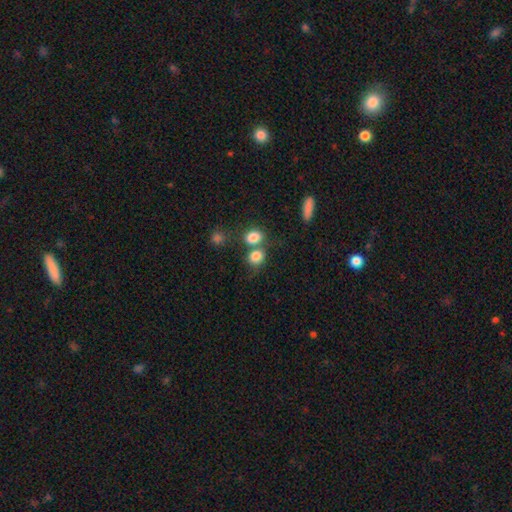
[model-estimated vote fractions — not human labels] This is clearly a smooth galaxy (82%). How rounded: likely round (67%). Merging: possibly none (45%).